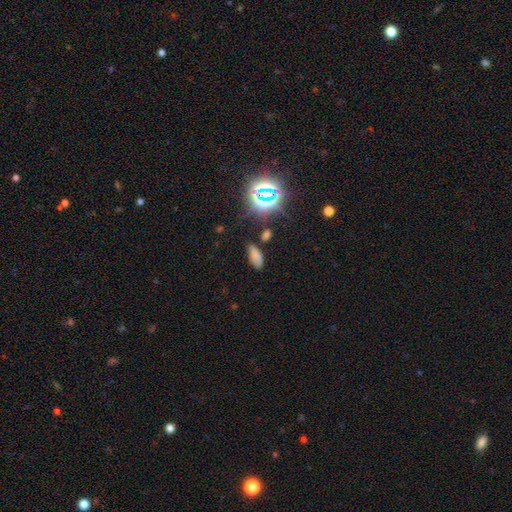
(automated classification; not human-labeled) smooth 68%, star or artifact 25%, featured or disk 7%. Down the decision tree: how rounded — in between (83%); merging — none (75%).